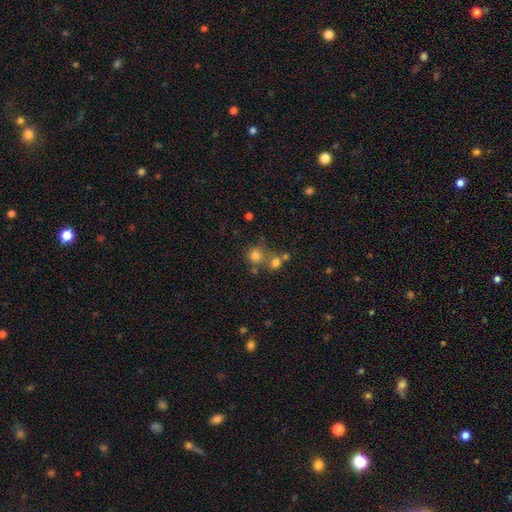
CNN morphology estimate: This appears to be a smooth galaxy with no disk features (75%) that is round (90%). Merging: none (58%).